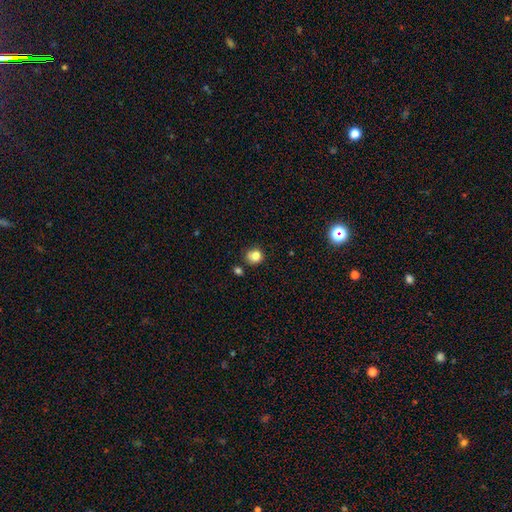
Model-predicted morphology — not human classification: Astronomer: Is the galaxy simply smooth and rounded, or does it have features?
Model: smooth — 79%.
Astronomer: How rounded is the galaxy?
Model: round — 83%.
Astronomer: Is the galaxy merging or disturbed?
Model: none — 69%.